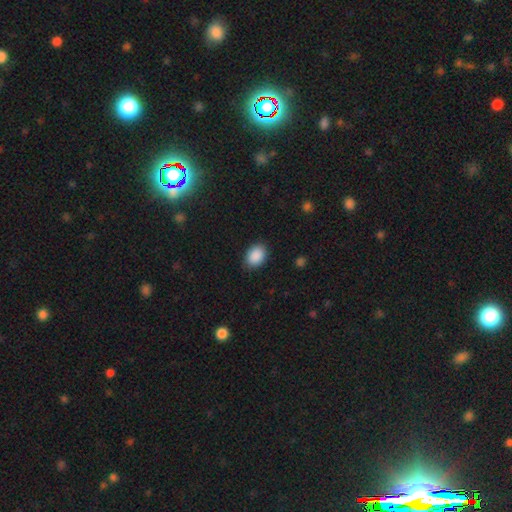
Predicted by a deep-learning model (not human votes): This is clearly a smooth galaxy (90%). How rounded: likely in between (72%). Merging: clearly none (87%).